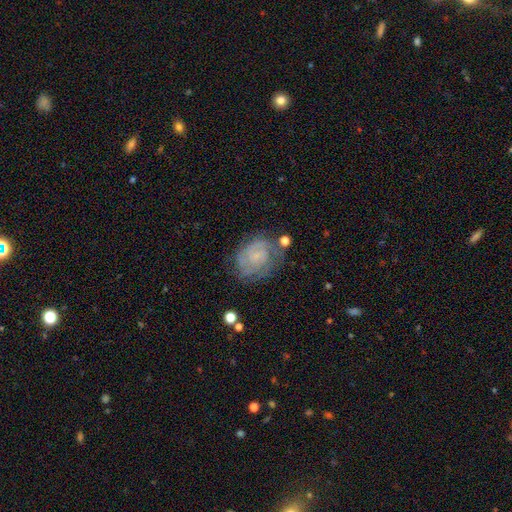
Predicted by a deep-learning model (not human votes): Q: Smooth or featured?
A: featured or disk (75%); runner-up: smooth (17%)
Q: Edge-on disk?
A: no (98%); runner-up: yes (2%)
Q: Bar?
A: no (66%); runner-up: weak (29%)
Q: Spiral arms?
A: yes (93%); runner-up: no (7%)
Q: Spiral winding?
A: tight (64%); runner-up: medium (29%)
Q: Spiral arm count?
A: 2 (35%); runner-up: can't tell (30%)
Q: Bulge size?
A: small (67%); runner-up: none (19%)
Q: Merging?
A: none (67%); runner-up: minor disturbance (20%)